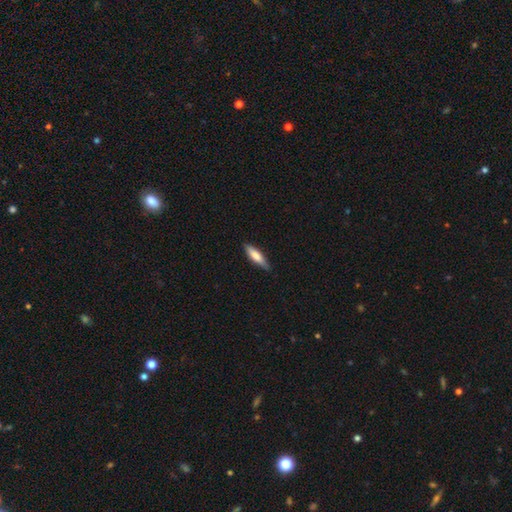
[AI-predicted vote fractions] smooth-or-featured: smooth: 70% | featured or disk: 25% | star or artifact: 6%
  how-rounded: cigar-shaped: 67% | in between: 32% | round: 2%
  merging: none: 83% | minor disturbance: 14% | major disturbance: 2% | merger: 1%